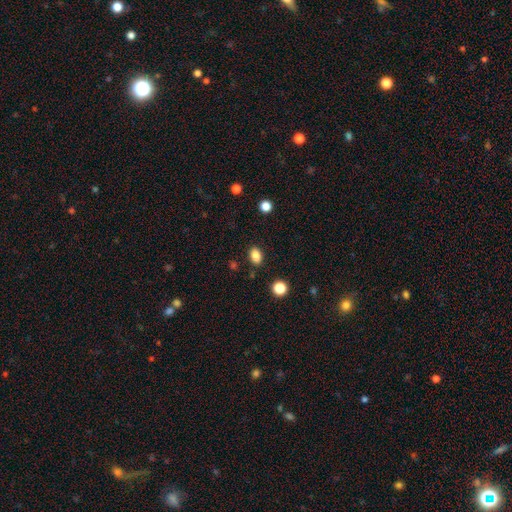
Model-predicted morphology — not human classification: Q: Smooth or featured?
A: smooth (85%); runner-up: star or artifact (10%)
Q: How rounded?
A: in between (82%); runner-up: round (16%)
Q: Merging?
A: none (86%); runner-up: minor disturbance (9%)